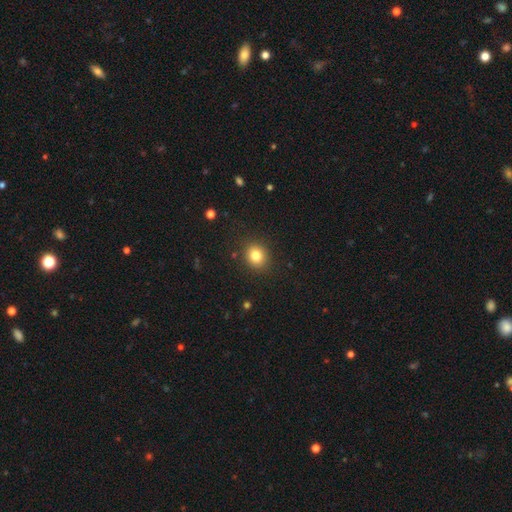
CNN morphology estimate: The model was most divided on "how rounded": round: 75%, in between: 24%, cigar-shaped: 1%. More confident: merging — none (89%); smooth or featured — smooth (82%).